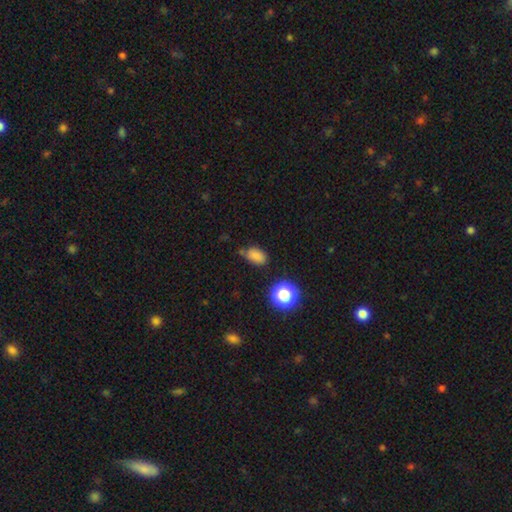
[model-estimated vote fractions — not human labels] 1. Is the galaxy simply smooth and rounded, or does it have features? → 79% smooth, 15% star or artifact, 6% featured or disk.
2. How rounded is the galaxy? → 82% in between, 16% round, 2% cigar-shaped.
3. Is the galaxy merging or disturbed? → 61% none, 26% minor disturbance, 7% merger, 6% major disturbance.